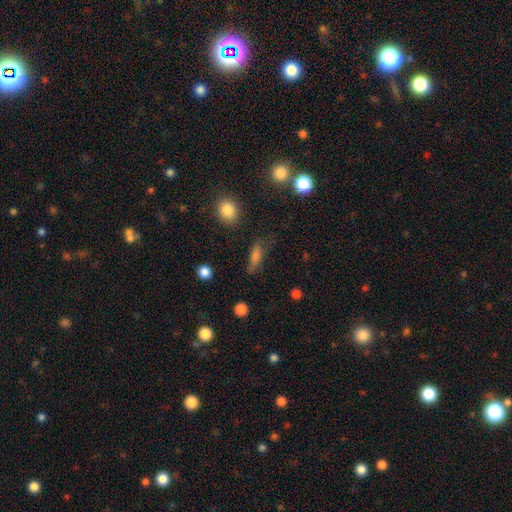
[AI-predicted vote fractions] This is likely a smooth galaxy (68%). How rounded: possibly in between (49%). Merging: likely none (67%).